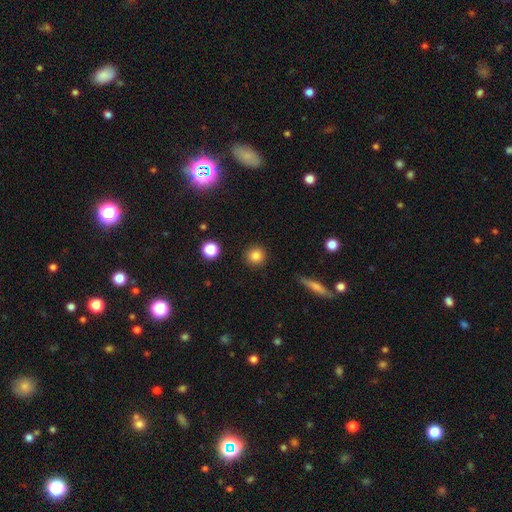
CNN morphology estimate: Smooth or featured?
  - smooth: 84% *
  - star or artifact: 11%
  - featured or disk: 5%
How rounded?
  - round: 93% *
  - in between: 6%
  - cigar-shaped: 1%
Merging?
  - none: 91% *
  - minor disturbance: 6%
  - major disturbance: 2%
  - merger: 1%